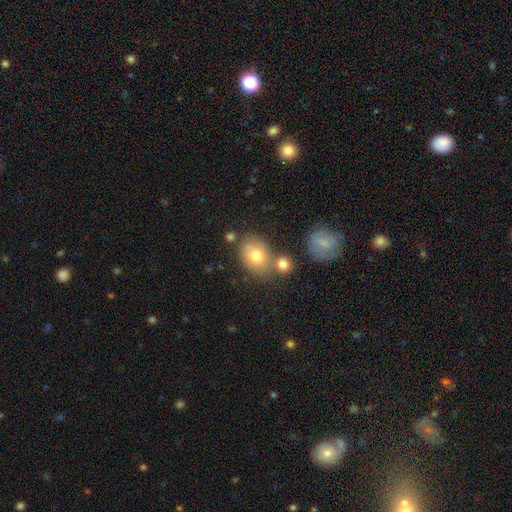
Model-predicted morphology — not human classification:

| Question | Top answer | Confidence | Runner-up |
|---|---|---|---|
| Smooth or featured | smooth | 73% | featured or disk (17%) |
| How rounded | in between | 58% | round (41%) |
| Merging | none | 56% | merger (25%) |